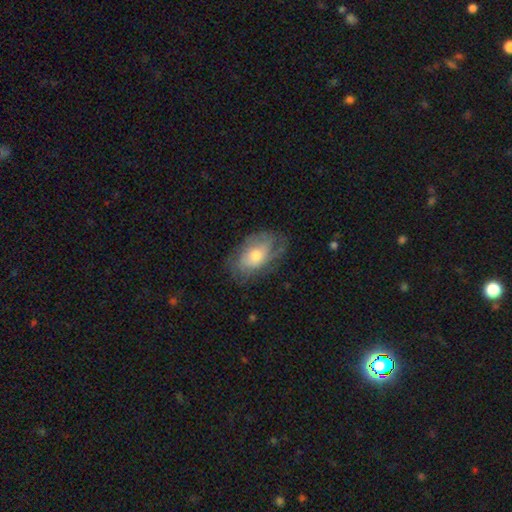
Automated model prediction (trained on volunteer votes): A featured or disk galaxy (53%).

Vote fractions:
- Smooth or featured? featured or disk: 53% / smooth: 40% / star or artifact: 7%
- Edge-on disk? no: 93% / yes: 7%
- Merging? none: 64% / minor disturbance: 24% / major disturbance: 11% / merger: 1%